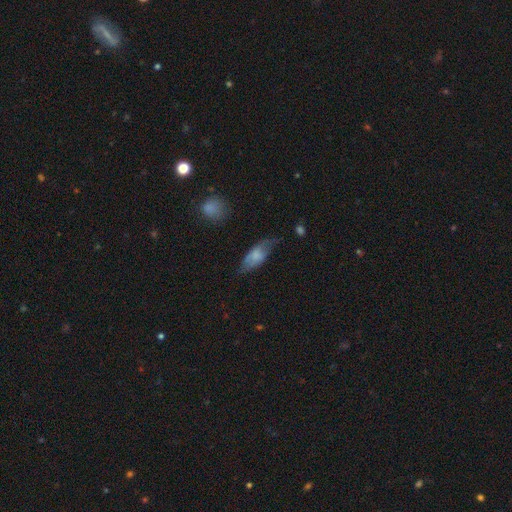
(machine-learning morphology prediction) Smooth or featured: smooth — 64% (featured or disk — 29%)
How rounded: in between — 78% (cigar-shaped — 19%)
Merging: none — 57% (minor disturbance — 30%)